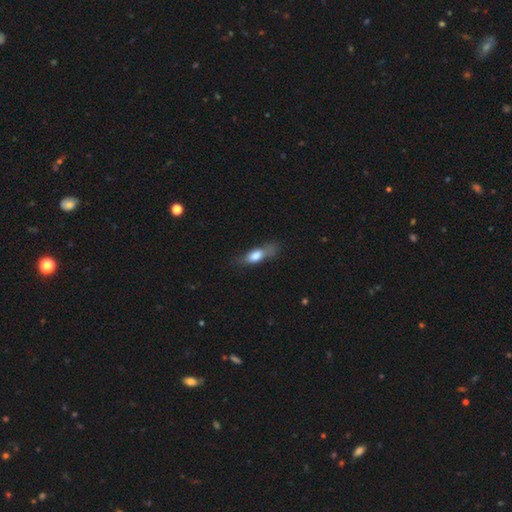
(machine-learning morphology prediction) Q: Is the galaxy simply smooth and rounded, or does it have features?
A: smooth — 72%.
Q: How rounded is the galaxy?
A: in between — 66%.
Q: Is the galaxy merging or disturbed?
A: none — 44%.